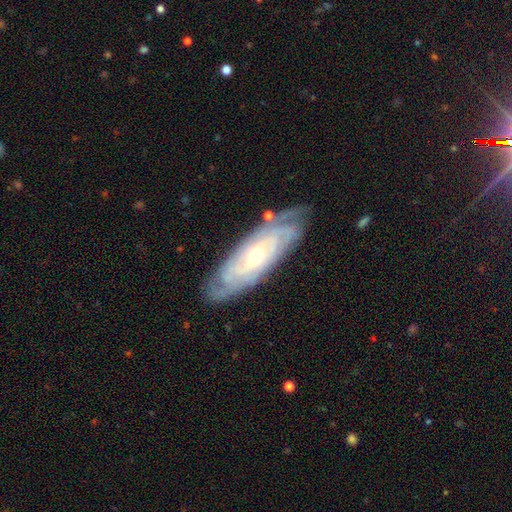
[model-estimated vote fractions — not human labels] Smooth or featured? Predicted: featured or disk (p=0.85). Edge-on disk? Predicted: no (p=0.86). Bar? Predicted: no (p=0.62). Spiral arms? Predicted: yes (p=0.95). Spiral winding? Predicted: tight (p=0.76). Spiral arm count? Predicted: can't tell (p=0.41). Bulge size? Predicted: moderate (p=0.57). Merging? Predicted: none (p=0.79).